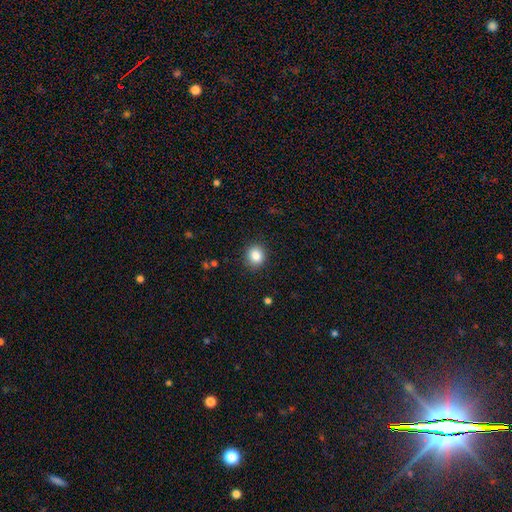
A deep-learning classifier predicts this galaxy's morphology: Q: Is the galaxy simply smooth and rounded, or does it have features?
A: smooth — 86%.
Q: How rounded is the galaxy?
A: round — 78%.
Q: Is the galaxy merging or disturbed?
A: none — 89%.